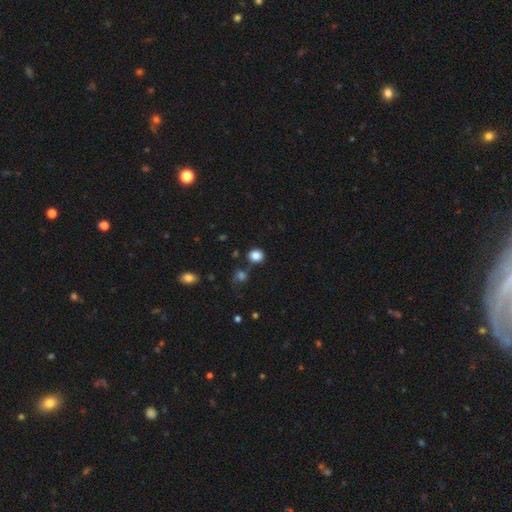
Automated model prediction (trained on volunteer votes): smooth-or-featured: smooth: 84% | star or artifact: 11% | featured or disk: 4%
  how-rounded: round: 78% | in between: 21% | cigar-shaped: 1%
  merging: none: 80% | minor disturbance: 10% | merger: 7% | major disturbance: 3%